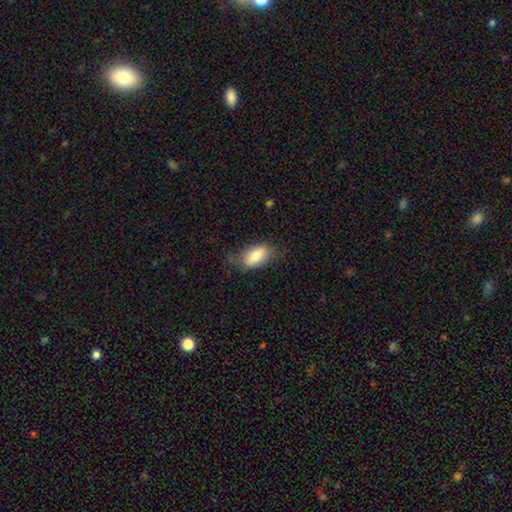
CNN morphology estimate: A smooth galaxy with no disk features (81%) that is in between round and cigar-shaped (91%).

Vote fractions:
- Smooth or featured? smooth: 81% / featured or disk: 12% / star or artifact: 7%
- How rounded? in between: 91% / cigar-shaped: 5% / round: 4%
- Merging? none: 64% / minor disturbance: 25% / major disturbance: 9% / merger: 2%